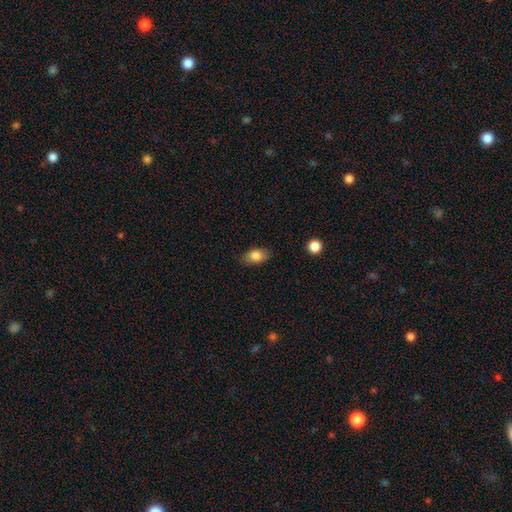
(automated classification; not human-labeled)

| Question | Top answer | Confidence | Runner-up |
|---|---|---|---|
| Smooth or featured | smooth | 82% | featured or disk (9%) |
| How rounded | in between | 83% | round (14%) |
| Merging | none | 83% | minor disturbance (13%) |